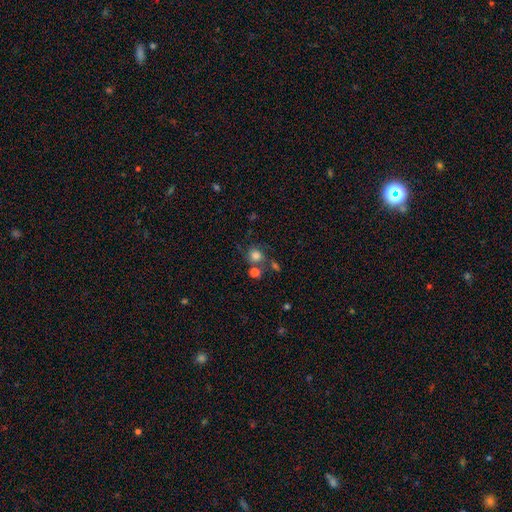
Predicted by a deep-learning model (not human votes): Morphology: type=smooth (73%); roundness=round (84%); merging=none (56%).